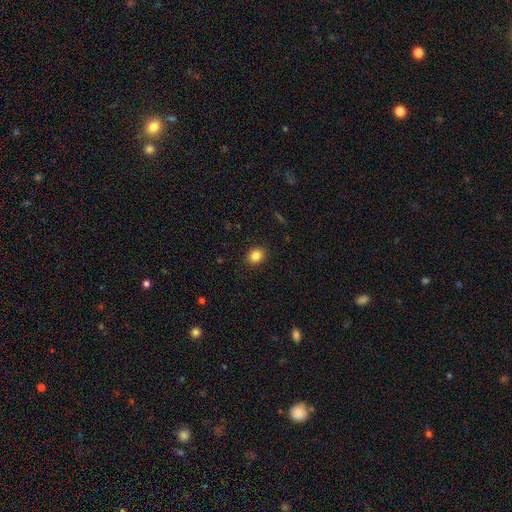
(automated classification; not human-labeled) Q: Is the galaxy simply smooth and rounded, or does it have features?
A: smooth — 85%.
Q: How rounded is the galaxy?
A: round — 57%.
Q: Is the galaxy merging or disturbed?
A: none — 90%.